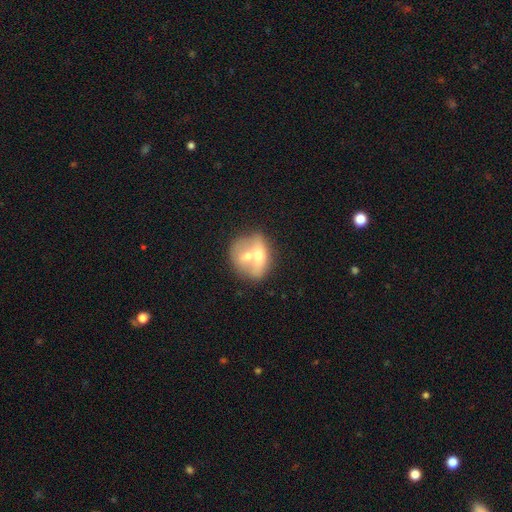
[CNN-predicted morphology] smooth 53%, featured or disk 39%, star or artifact 8%. Down the decision tree: how rounded — round (57%); merging — merger (69%).